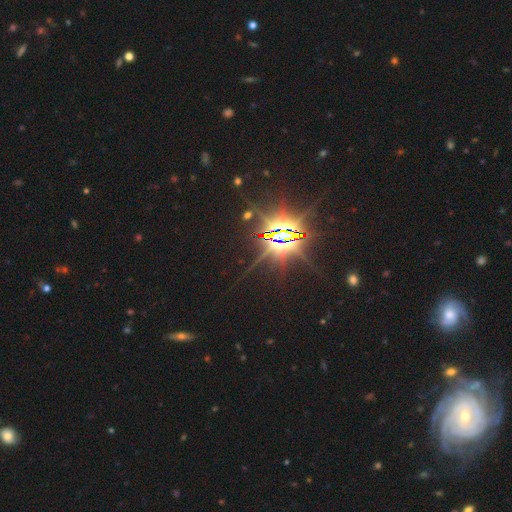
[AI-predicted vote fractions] Q: Smooth or featured?
A: star or artifact (84%); runner-up: featured or disk (8%)